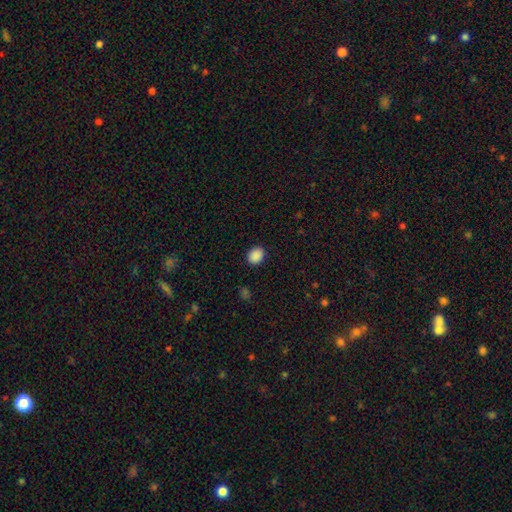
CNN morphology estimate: This appears to be a smooth galaxy with no disk features (89%) that is in between round and cigar-shaped (50%). Merging: none (89%).